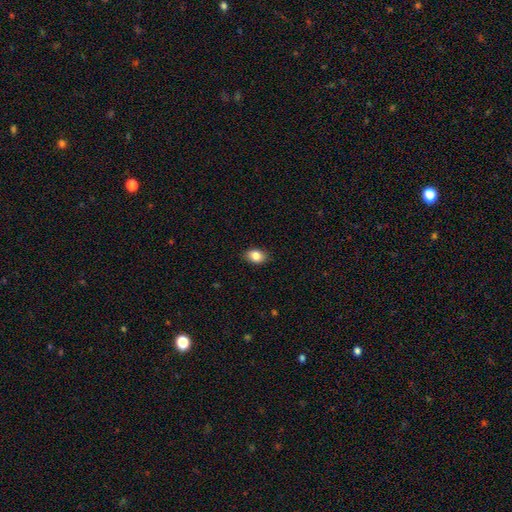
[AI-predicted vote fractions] smooth_or_featured: smooth (p=0.85) [alt: star or artifact p=0.08]
how_rounded: in between (p=0.79) [alt: round p=0.19]
merging: none (p=0.86) [alt: minor disturbance p=0.11]